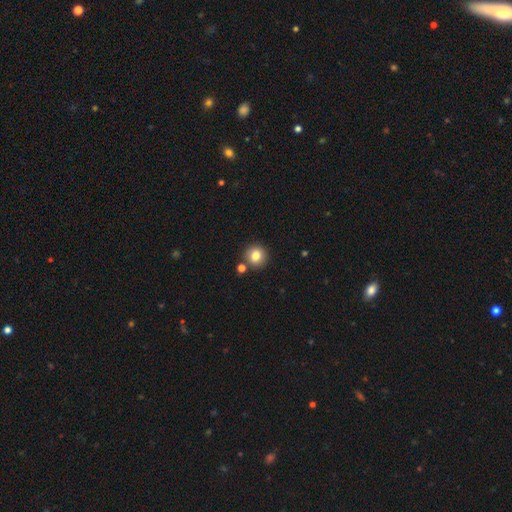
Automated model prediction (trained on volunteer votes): A smooth galaxy with no disk features (81%) that is round (92%). Merging: none (81%).